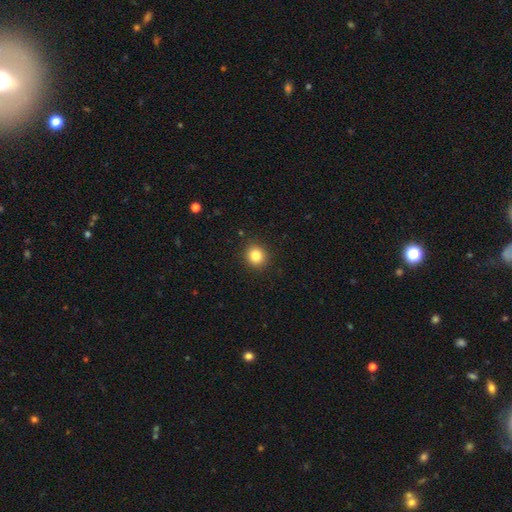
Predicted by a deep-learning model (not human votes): Q: Smooth or featured?
A: smooth (83%); runner-up: star or artifact (11%)
Q: How rounded?
A: round (87%); runner-up: in between (12%)
Q: Merging?
A: none (91%); runner-up: minor disturbance (6%)